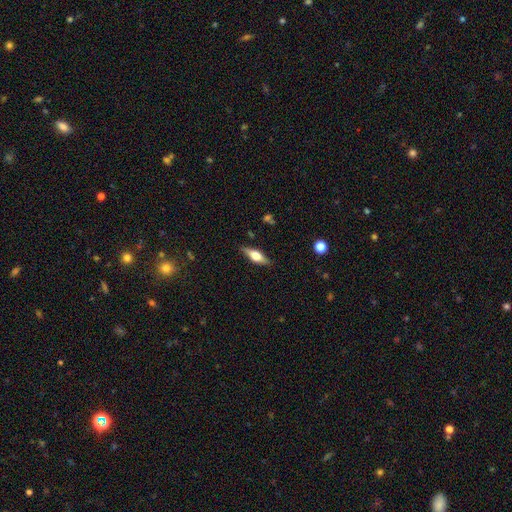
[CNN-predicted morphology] Smooth or featured: featured or disk — 47% (smooth — 46%)
Merging: none — 85% (minor disturbance — 11%)